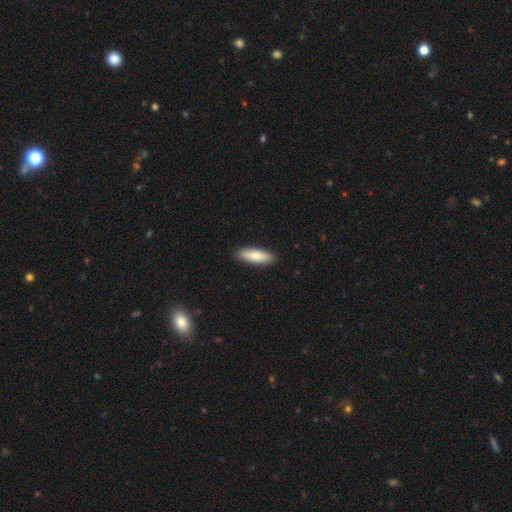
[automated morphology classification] type=smooth (82%); roundness=in between (56%); merging=none (90%).